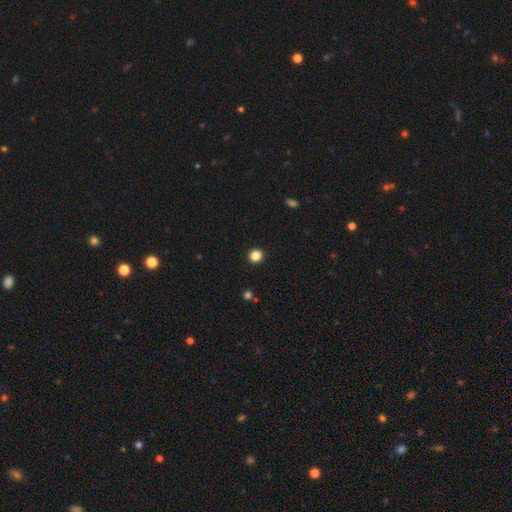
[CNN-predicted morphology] smooth_or_featured: smooth (p=0.85) [alt: star or artifact p=0.12]
how_rounded: round (p=0.91) [alt: in between p=0.08]
merging: none (p=0.93) [alt: minor disturbance p=0.04]